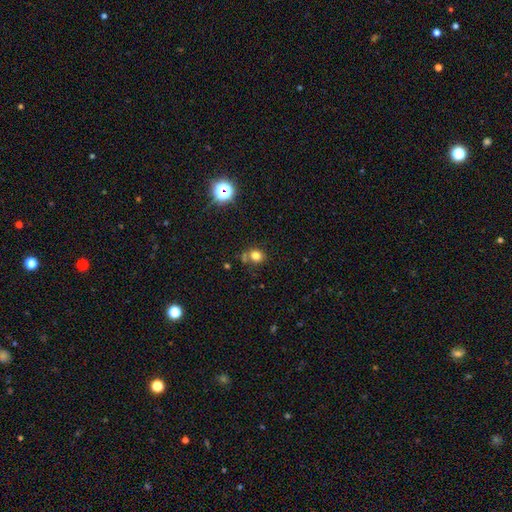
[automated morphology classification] A smooth galaxy with no disk features (75%) that is round (71%). Merging: none (64%).